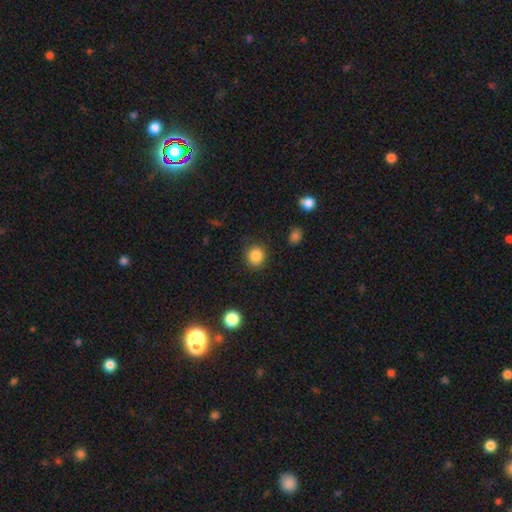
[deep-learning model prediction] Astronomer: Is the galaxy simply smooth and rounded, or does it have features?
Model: smooth — 86%.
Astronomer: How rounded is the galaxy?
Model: round — 87%.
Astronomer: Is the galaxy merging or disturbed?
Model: none — 88%.